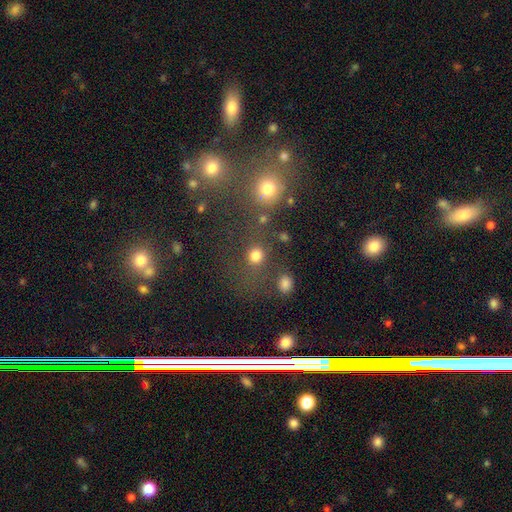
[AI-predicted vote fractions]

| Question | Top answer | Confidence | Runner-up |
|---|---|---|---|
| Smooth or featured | smooth | 79% | star or artifact (15%) |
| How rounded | round | 84% | in between (15%) |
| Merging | none | 65% | merger (16%) |